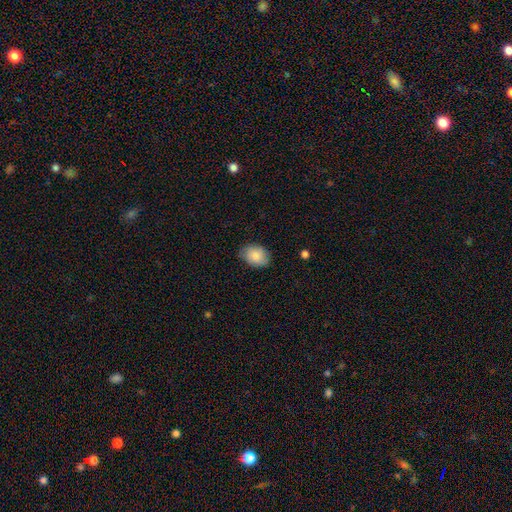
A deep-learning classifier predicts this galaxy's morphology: type=smooth (86%); roundness=in between (72%); merging=none (78%).